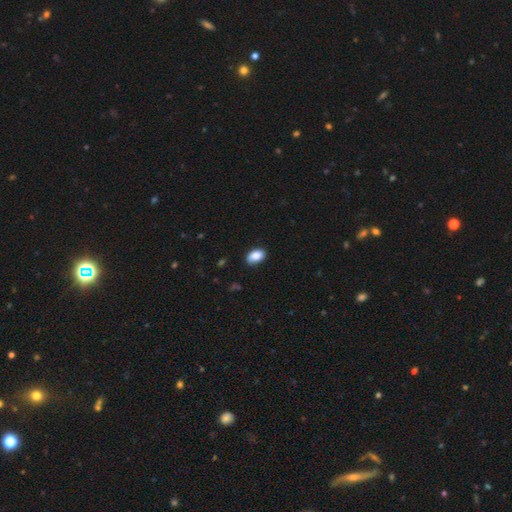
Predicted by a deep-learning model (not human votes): smooth 87%, star or artifact 7%, featured or disk 6%. Down the decision tree: how rounded — in between (89%); merging — none (76%).